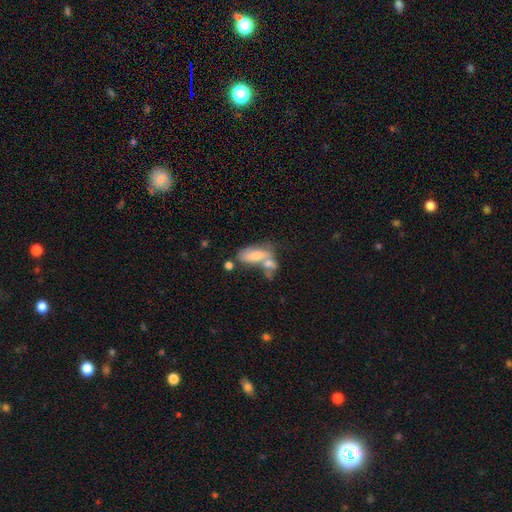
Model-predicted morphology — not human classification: Smooth or featured? smooth (64%)
How rounded? in between (81%)
Merging? merger (55%)